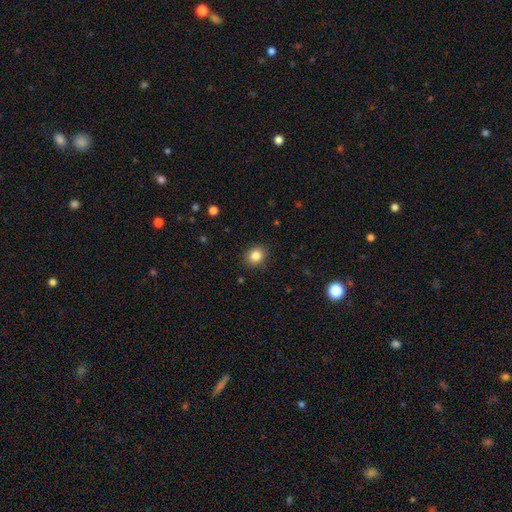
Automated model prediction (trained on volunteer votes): Smooth or featured?
  - smooth: 84% *
  - star or artifact: 11%
  - featured or disk: 5%
How rounded?
  - round: 66% *
  - in between: 33%
  - cigar-shaped: 1%
Merging?
  - none: 88% *
  - minor disturbance: 9%
  - major disturbance: 2%
  - merger: 1%